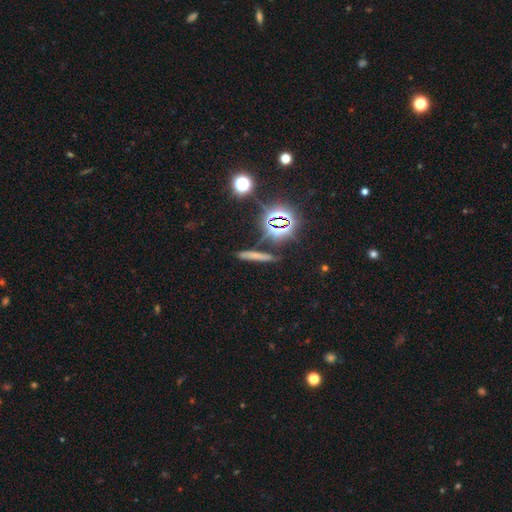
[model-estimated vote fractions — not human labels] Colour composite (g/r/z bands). It shows a smooth galaxy with no disk features (56%) that is cigar-shaped (86%). Merging: none (79%).